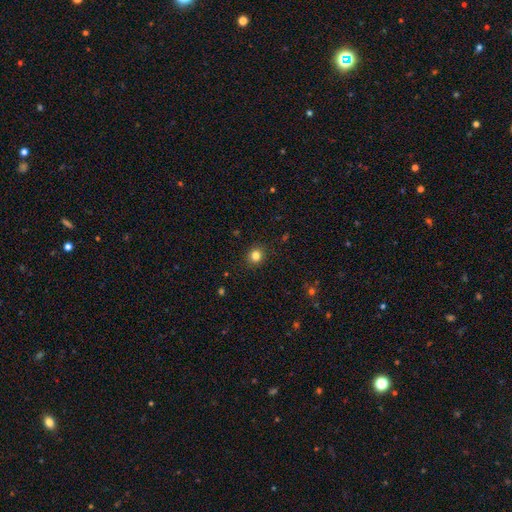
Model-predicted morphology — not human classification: This is clearly a smooth galaxy (83%). How rounded: clearly round (84%). Merging: clearly none (90%).